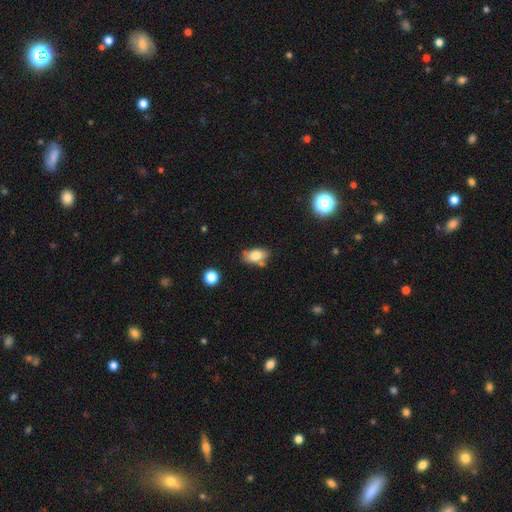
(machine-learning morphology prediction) smooth_or_featured: smooth (p=0.77) [alt: featured or disk p=0.14]
how_rounded: in between (p=0.89) [alt: round p=0.08]
merging: none (p=0.69) [alt: minor disturbance p=0.17]